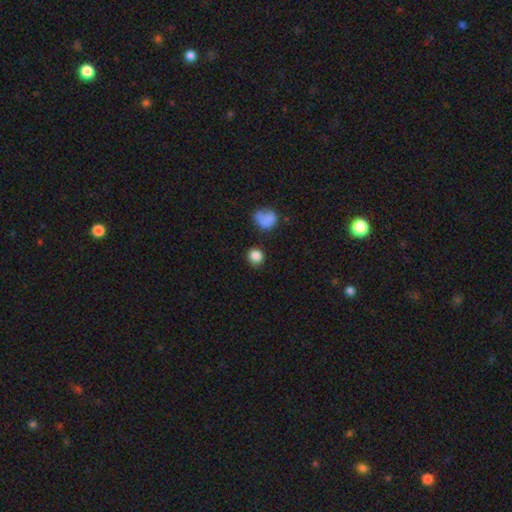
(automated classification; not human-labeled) A smooth galaxy with no disk features (84%) that is round (89%).

Vote fractions:
- Smooth or featured? smooth: 84% / star or artifact: 11% / featured or disk: 4%
- How rounded? round: 89% / in between: 10% / cigar-shaped: 1%
- Merging? none: 83% / minor disturbance: 9% / merger: 4% / major disturbance: 3%